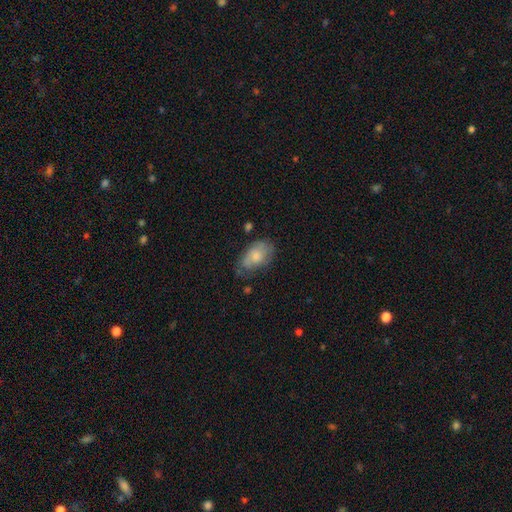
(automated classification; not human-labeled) The model was most divided on "merging": none: 52%, minor disturbance: 32%, major disturbance: 12%, merger: 3%. More confident: how rounded — in between (91%); smooth or featured — smooth (63%).